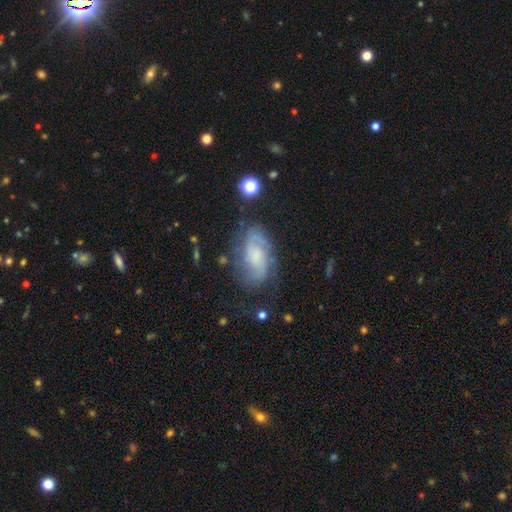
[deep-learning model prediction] Q: Smooth or featured?
A: featured or disk (74%); runner-up: smooth (19%)
Q: Edge-on disk?
A: no (96%); runner-up: yes (4%)
Q: Bar?
A: no (58%); runner-up: weak (35%)
Q: Spiral arms?
A: yes (91%); runner-up: no (9%)
Q: Spiral winding?
A: medium (44%); runner-up: tight (39%)
Q: Spiral arm count?
A: 2 (65%); runner-up: can't tell (20%)
Q: Bulge size?
A: small (30%); runner-up: none (29%)
Q: Merging?
A: none (65%); runner-up: minor disturbance (21%)